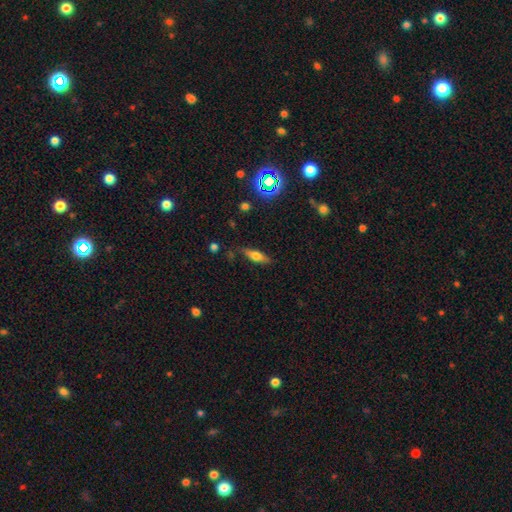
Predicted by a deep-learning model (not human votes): Smooth or featured? smooth (57%)
How rounded? cigar-shaped (48%, tied with in between)
Merging? none (80%)